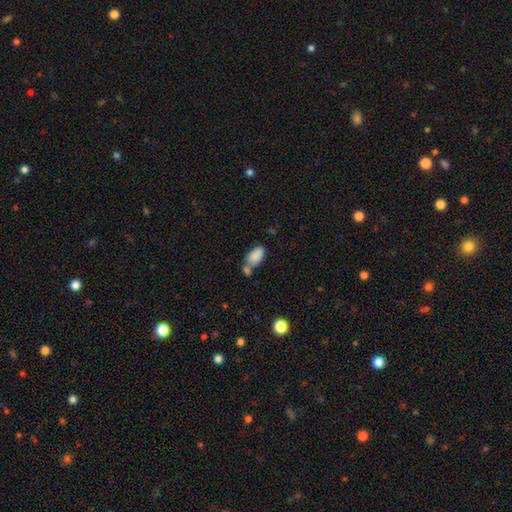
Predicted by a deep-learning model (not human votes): Smooth or featured: smooth — 85% (star or artifact — 8%)
How rounded: in between — 93% (round — 5%)
Merging: merger — 40% (tied with none — 40%)